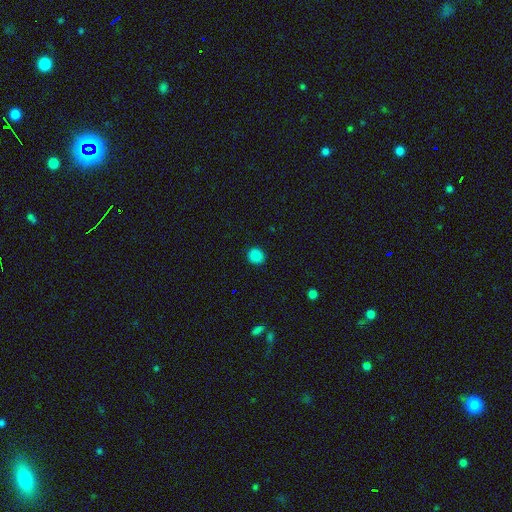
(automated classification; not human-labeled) This appears to be a smooth galaxy with no disk features (86%) that is round (86%). Merging: none (90%).